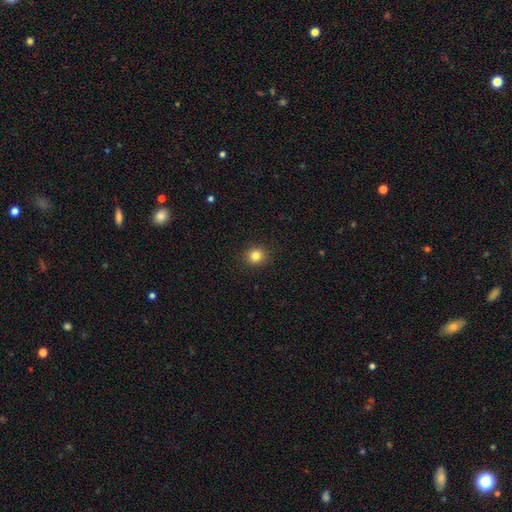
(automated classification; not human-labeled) A smooth galaxy with no disk features (83%) that is round (85%). Merging: none (92%).